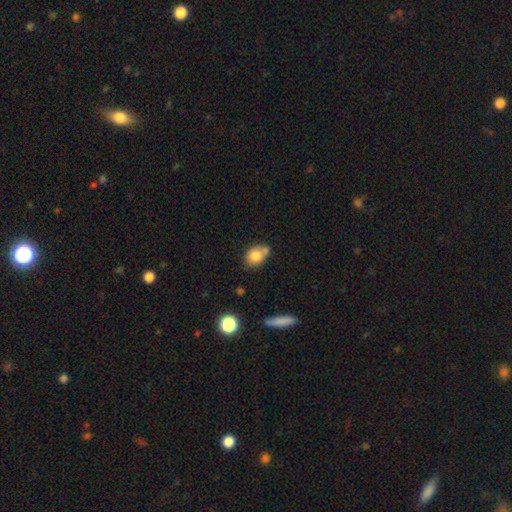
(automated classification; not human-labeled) Smooth or featured? smooth (79%)
How rounded? in between (59%)
Merging? none (46%)